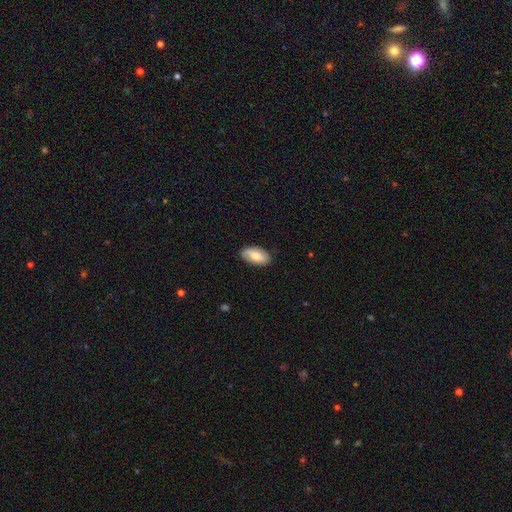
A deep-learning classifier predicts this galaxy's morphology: This appears to be a smooth galaxy with no disk features (73%) that is in between round and cigar-shaped (94%). Merging: none (82%).